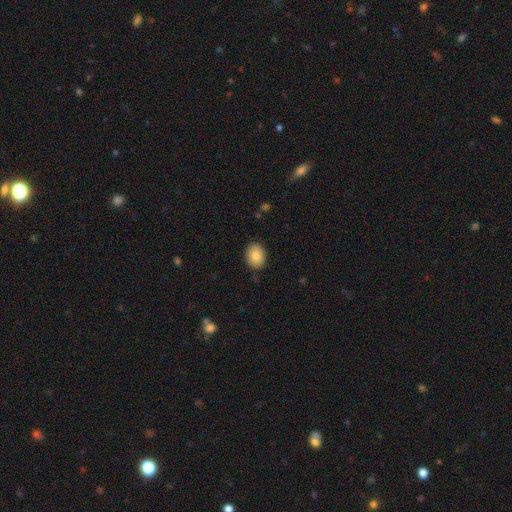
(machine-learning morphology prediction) Overall: smooth (85%). How rounded: in between (62%; round 37%). Merging: none (85%).